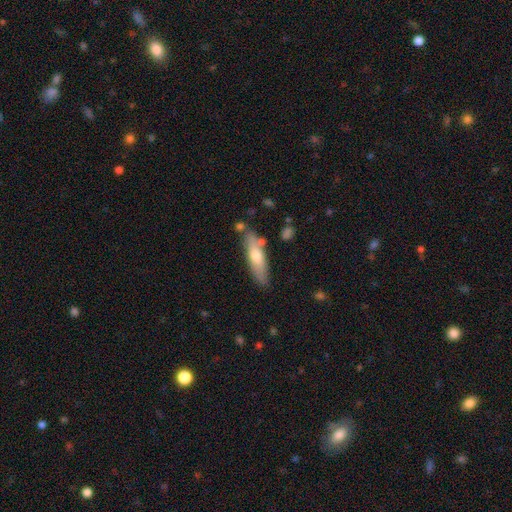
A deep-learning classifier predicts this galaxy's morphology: type=smooth (61%); roundness=cigar-shaped (66%); merging=none (76%).